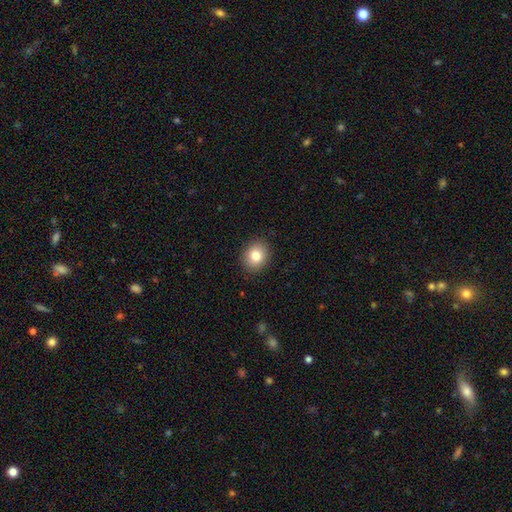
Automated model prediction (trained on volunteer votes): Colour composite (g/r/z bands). It shows a smooth galaxy with no disk features (82%) that is round (62%). Merging: none (90%).